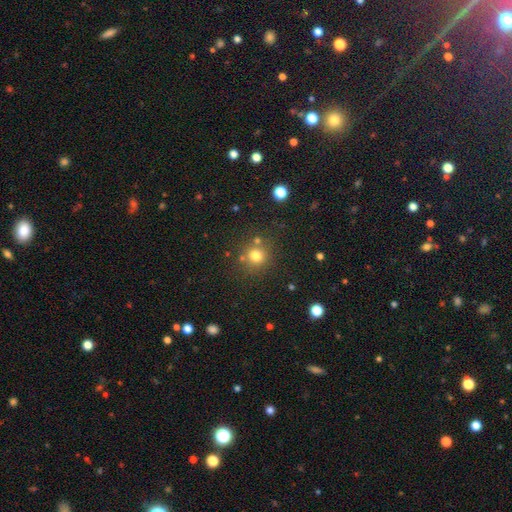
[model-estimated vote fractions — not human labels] Overall: smooth (76%). How rounded: round (91%). Merging: none (76%).